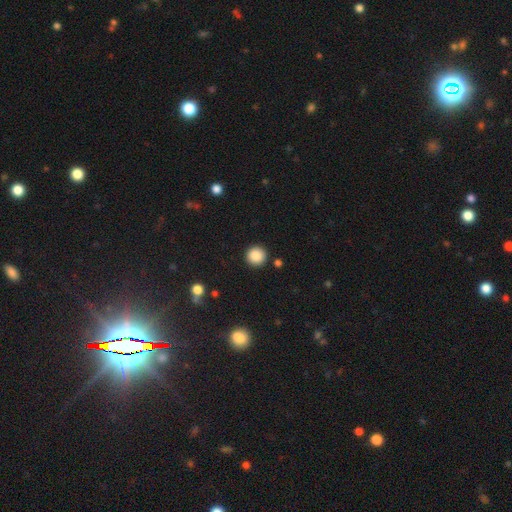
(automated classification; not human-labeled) The model was most divided on "smooth or featured": smooth: 87%, star or artifact: 10%, featured or disk: 3%. More confident: how rounded — round (95%); merging — none (91%).